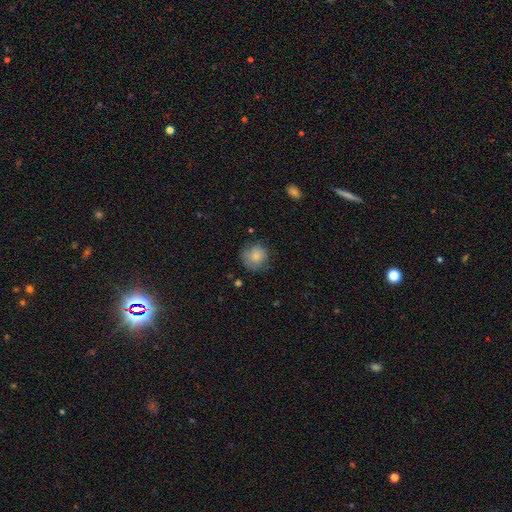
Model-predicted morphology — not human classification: type=smooth (82%); roundness=round (90%); merging=none (74%).